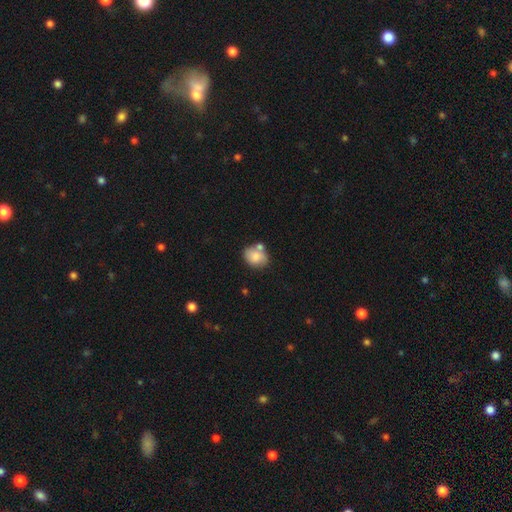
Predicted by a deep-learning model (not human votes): This is likely a smooth galaxy (80%). How rounded: likely in between (61%). Merging: possibly none (55%).